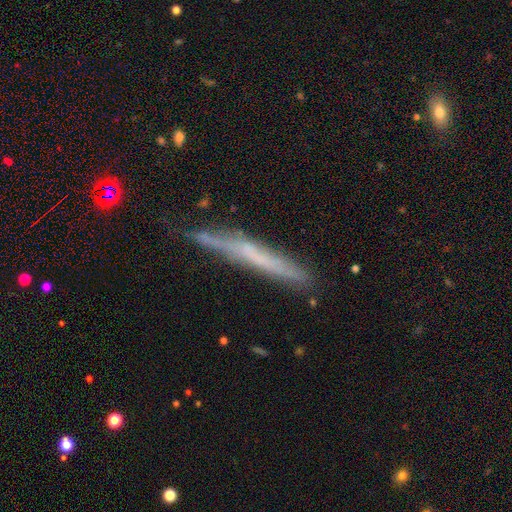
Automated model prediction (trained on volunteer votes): Q: Smooth or featured?
A: featured or disk (52%); runner-up: smooth (40%)
Q: Edge-on disk?
A: yes (91%); runner-up: no (9%)
Q: Merging?
A: none (73%); runner-up: minor disturbance (20%)